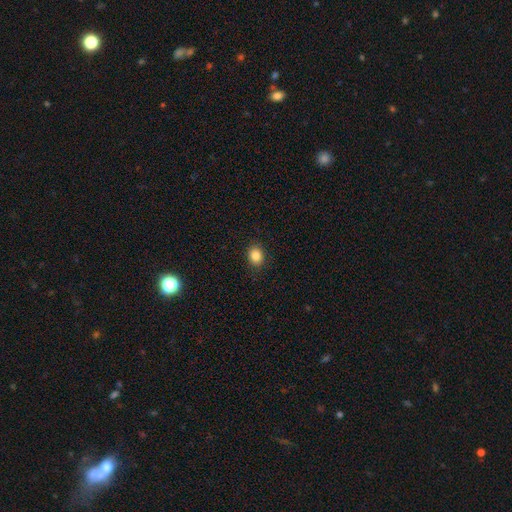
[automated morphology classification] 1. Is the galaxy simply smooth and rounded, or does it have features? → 85% smooth, 10% star or artifact, 5% featured or disk.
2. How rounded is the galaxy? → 56% round, 44% in between, 1% cigar-shaped.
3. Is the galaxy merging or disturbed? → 89% none, 8% minor disturbance, 2% major disturbance, 1% merger.